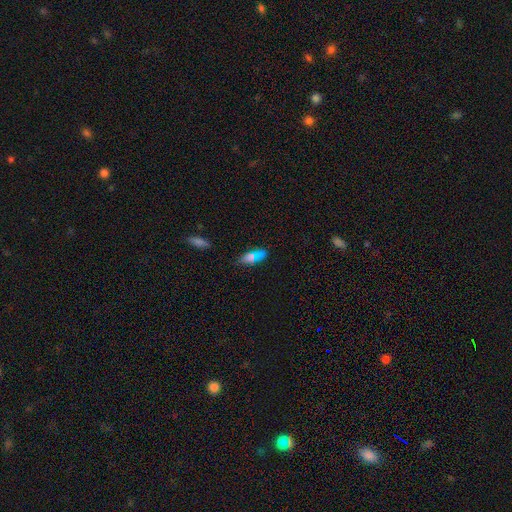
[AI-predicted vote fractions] Smooth or featured? smooth (71%)
How rounded? in between (71%)
Merging? none (75%)